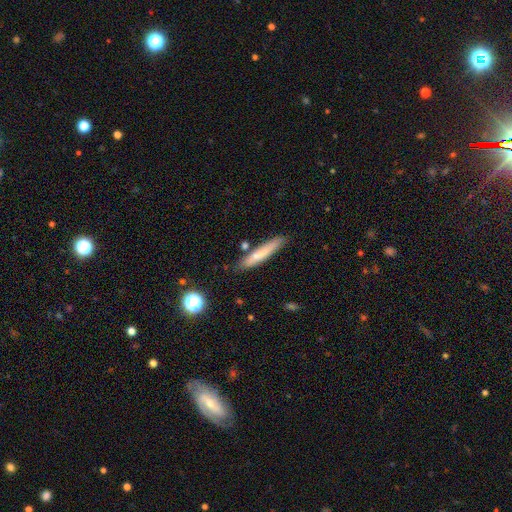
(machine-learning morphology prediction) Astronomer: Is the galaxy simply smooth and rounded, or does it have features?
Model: smooth — 68%.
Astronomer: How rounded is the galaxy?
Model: cigar-shaped — 92%.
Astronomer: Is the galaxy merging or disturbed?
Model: none — 81%.